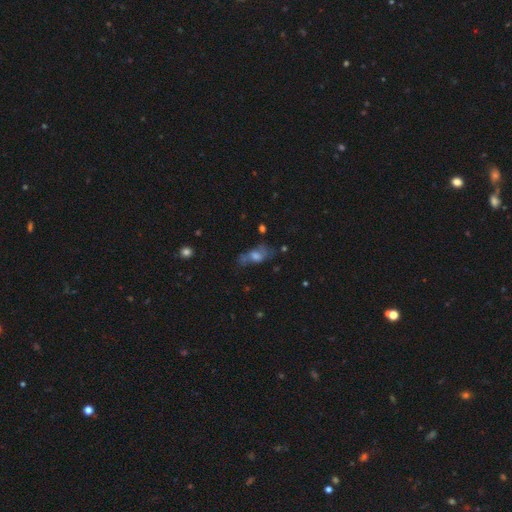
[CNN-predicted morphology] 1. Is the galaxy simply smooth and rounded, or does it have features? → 45% featured or disk, 37% smooth, 18% star or artifact.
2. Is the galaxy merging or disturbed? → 52% none, 23% minor disturbance, 16% major disturbance, 9% merger.